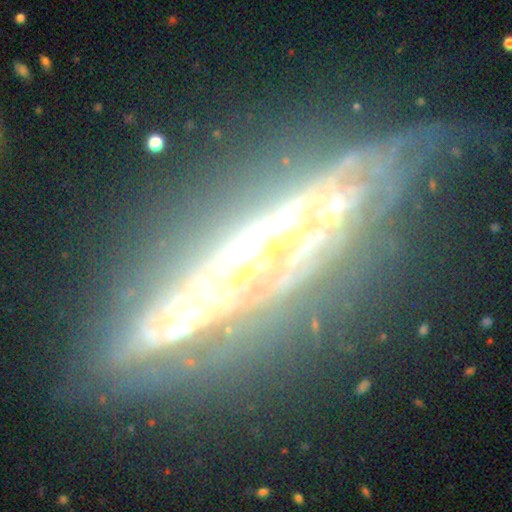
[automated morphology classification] This appears to be a featured or disk galaxy (80%) viewed edge-on (67%) with no central bulge (41%, tied with rounded). Merging: none (60%).